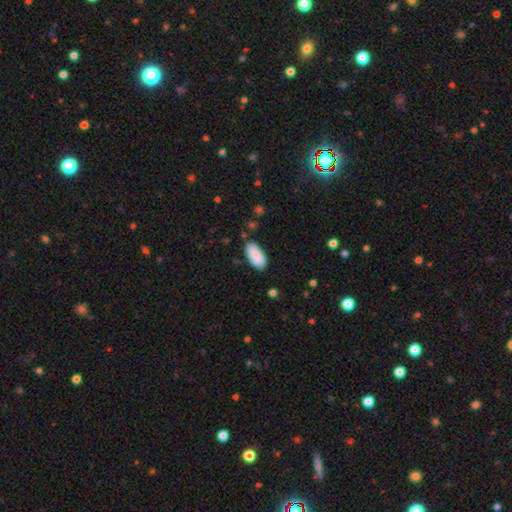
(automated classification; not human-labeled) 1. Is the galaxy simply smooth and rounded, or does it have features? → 89% smooth, 6% star or artifact, 5% featured or disk.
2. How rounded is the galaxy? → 93% in between, 6% cigar-shaped, 2% round.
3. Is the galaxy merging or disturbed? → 80% none, 15% minor disturbance, 3% major disturbance, 2% merger.